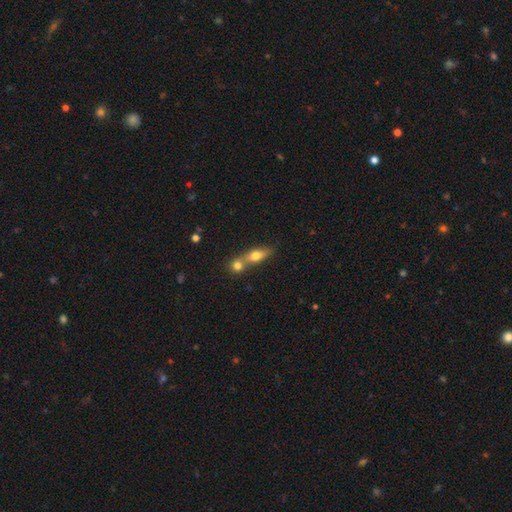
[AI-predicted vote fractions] A smooth galaxy with no disk features (70%) that is in between round and cigar-shaped (62%). Merging: merger (55%).